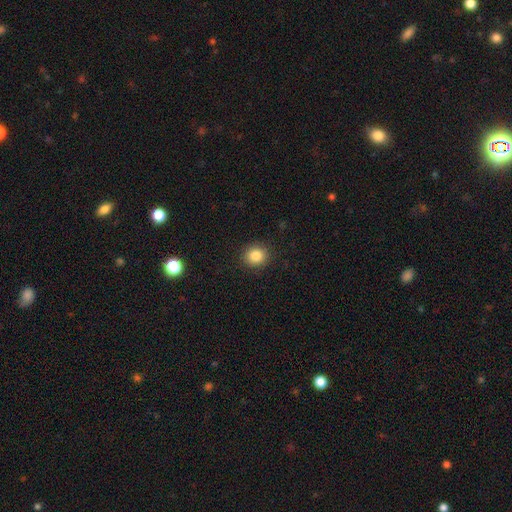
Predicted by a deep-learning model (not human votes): This is clearly a smooth galaxy (84%). How rounded: clearly round (85%). Merging: clearly none (91%).